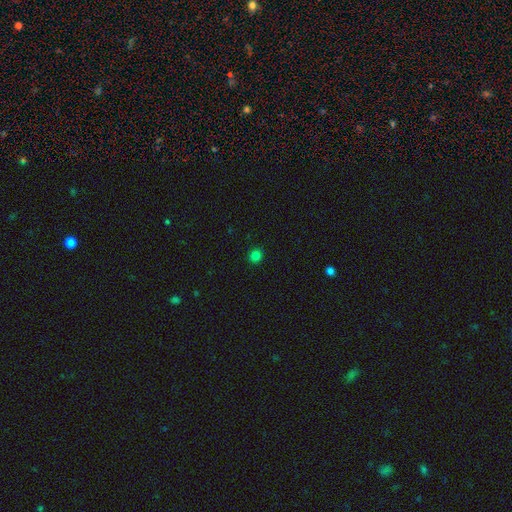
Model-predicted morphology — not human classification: Q: Smooth or featured?
A: smooth (81%); runner-up: star or artifact (16%)
Q: How rounded?
A: round (90%); runner-up: in between (9%)
Q: Merging?
A: none (92%); runner-up: minor disturbance (5%)